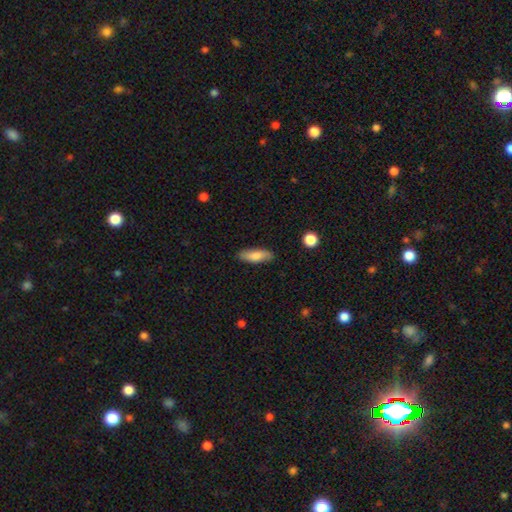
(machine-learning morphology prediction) Smooth or featured? smooth (78%)
How rounded? in between (62%)
Merging? none (85%)